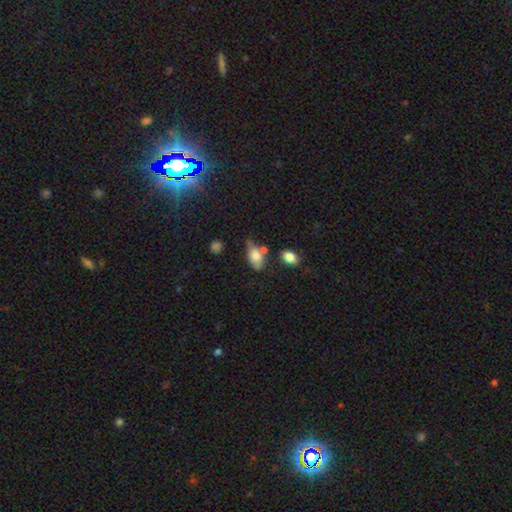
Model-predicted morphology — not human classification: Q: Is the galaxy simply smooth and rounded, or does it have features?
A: smooth — 76%.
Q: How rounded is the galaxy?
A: in between — 89%.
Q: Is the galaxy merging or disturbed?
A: none — 47%.